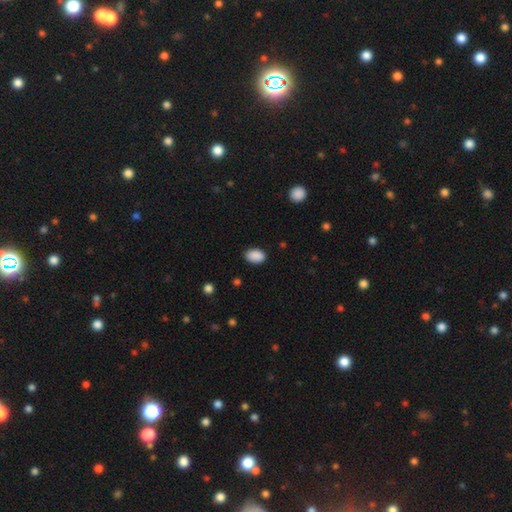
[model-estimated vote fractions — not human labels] This appears to be a smooth galaxy with no disk features (90%) that is in between round and cigar-shaped (85%). Merging: none (86%).